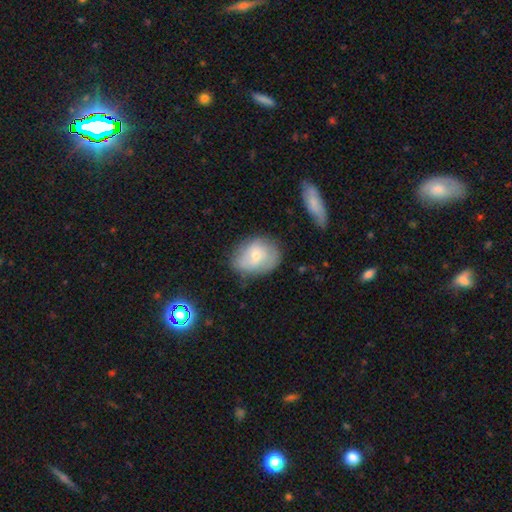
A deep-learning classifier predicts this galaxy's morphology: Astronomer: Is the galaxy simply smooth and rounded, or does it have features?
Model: smooth — 51% (runner-up: featured or disk, 42%).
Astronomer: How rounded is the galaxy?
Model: in between — 62% (runner-up: round, 37%).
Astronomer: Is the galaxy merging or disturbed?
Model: none — 62%.